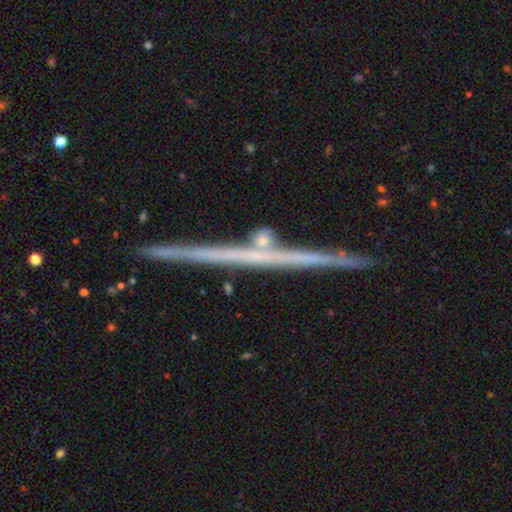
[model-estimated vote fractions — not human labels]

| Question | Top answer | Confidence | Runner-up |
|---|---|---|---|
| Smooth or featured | featured or disk | 71% | smooth (20%) |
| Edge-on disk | yes | 98% | no (2%) |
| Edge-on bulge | none | 87% | rounded (9%) |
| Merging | none | 87% | minor disturbance (8%) |